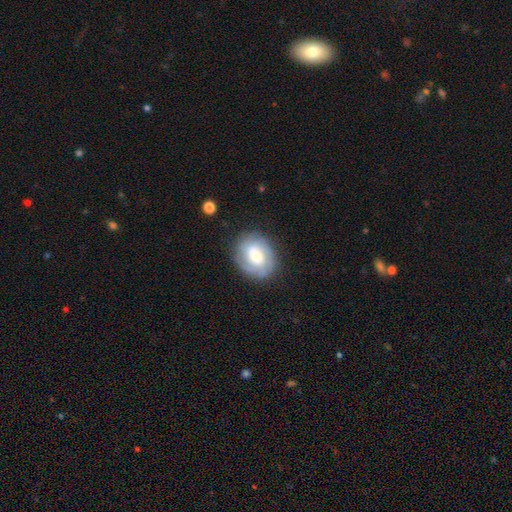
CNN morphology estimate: Smooth or featured? Predicted: featured or disk (p=0.65). Edge-on disk? Predicted: no (p=0.97). Bar? Predicted: no (p=0.47). Spiral arms? Predicted: yes (p=0.86). Spiral winding? Predicted: tight (p=0.56). Spiral arm count? Predicted: 2 (p=0.41). Bulge size? Predicted: moderate (p=0.50). Merging? Predicted: none (p=0.76).